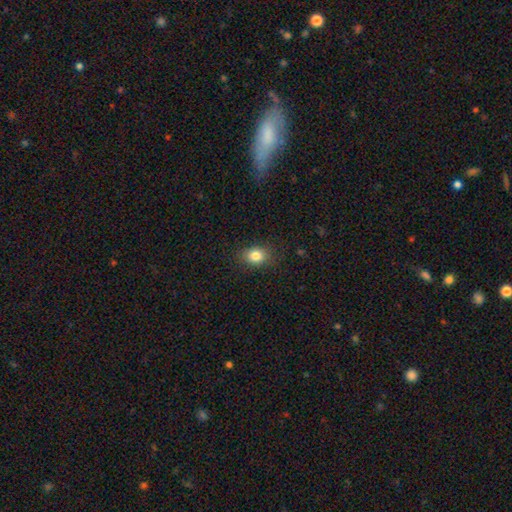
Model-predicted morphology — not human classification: This appears to be a smooth galaxy with no disk features (82%) that is in between round and cigar-shaped (55%). Merging: none (85%).